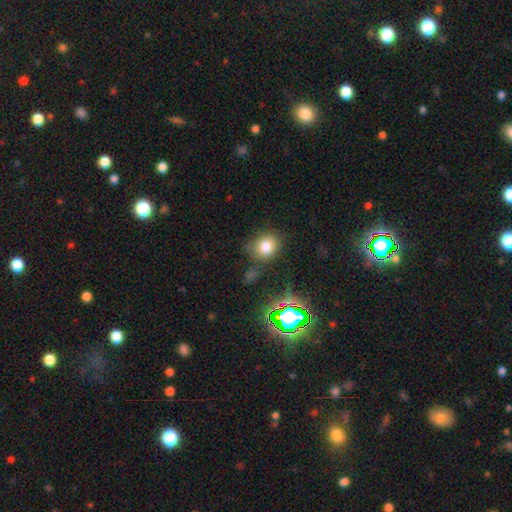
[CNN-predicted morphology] Smooth or featured: star or artifact — 57% (smooth — 35%)